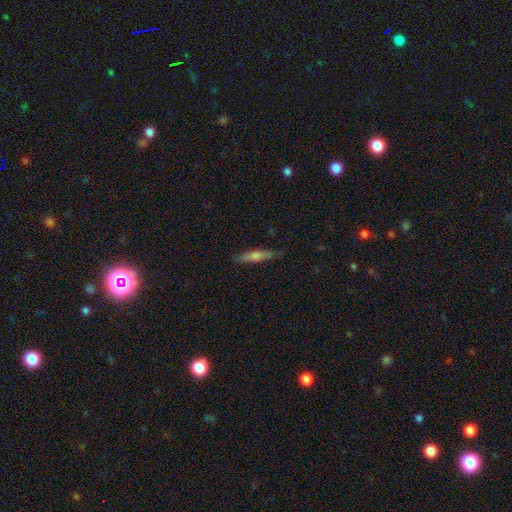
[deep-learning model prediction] smooth 47%, featured or disk 45%, star or artifact 8%. Down the decision tree: merging — none (87%).